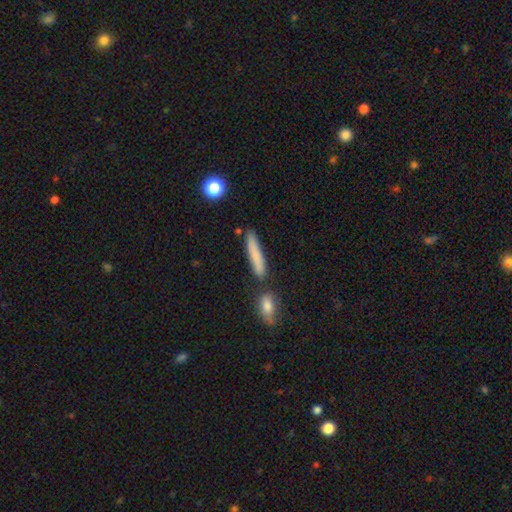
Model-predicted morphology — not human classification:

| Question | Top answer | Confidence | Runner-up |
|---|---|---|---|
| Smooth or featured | smooth | 79% | featured or disk (14%) |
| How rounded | cigar-shaped | 88% | in between (11%) |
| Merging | none | 76% | minor disturbance (12%) |